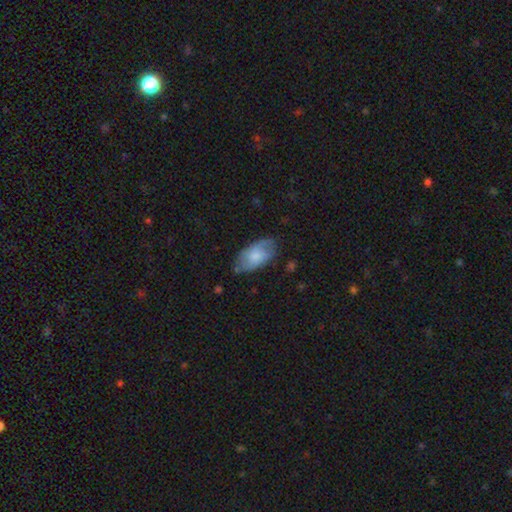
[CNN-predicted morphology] This is likely a smooth galaxy (62%). How rounded: clearly in between (94%). Merging: likely none (65%).